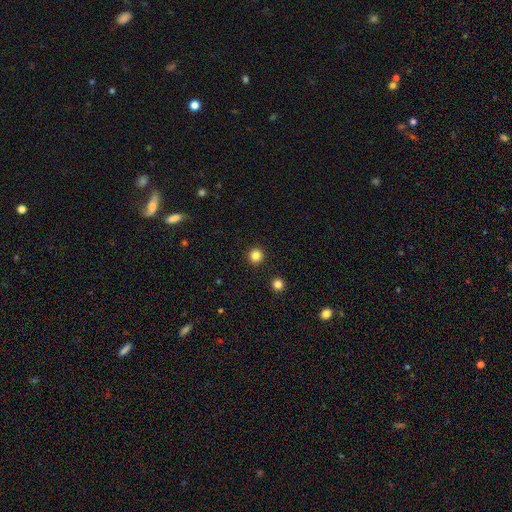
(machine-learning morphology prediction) Smooth or featured? Predicted: smooth (p=0.84). How rounded? Predicted: round (p=0.94). Merging? Predicted: none (p=0.93).